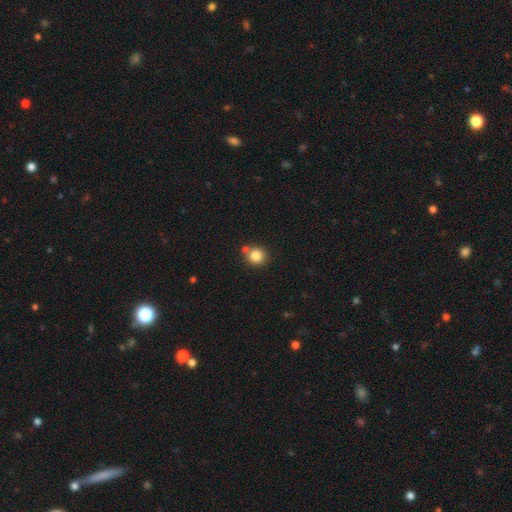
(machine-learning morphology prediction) Overall: smooth (83%). How rounded: round (90%). Merging: none (69%).